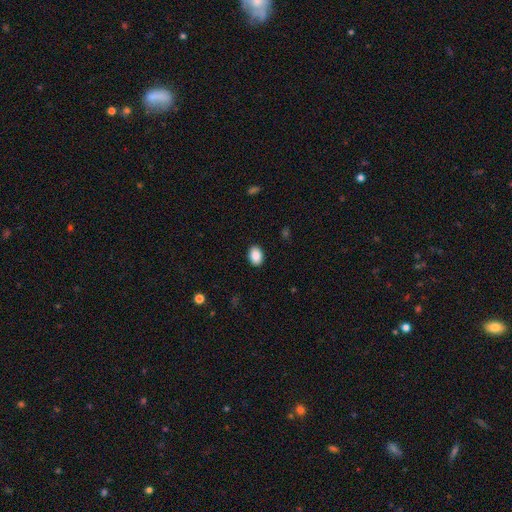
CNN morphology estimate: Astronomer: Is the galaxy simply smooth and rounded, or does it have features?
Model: smooth — 89%.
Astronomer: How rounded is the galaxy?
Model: in between — 83%.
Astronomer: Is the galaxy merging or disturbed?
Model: none — 90%.